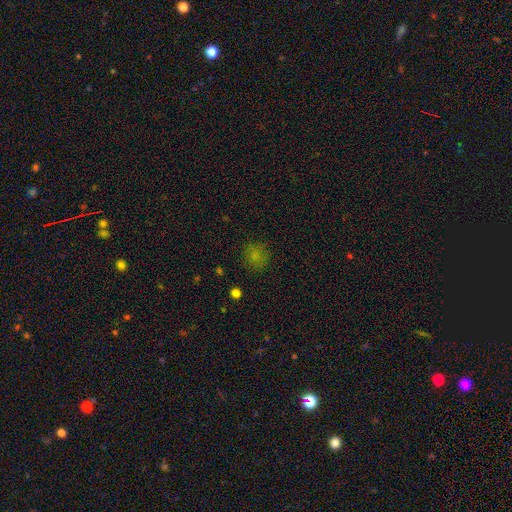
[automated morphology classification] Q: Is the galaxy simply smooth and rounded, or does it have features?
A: smooth — 75%.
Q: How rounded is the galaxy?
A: round — 82%.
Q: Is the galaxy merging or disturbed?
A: none — 80%.